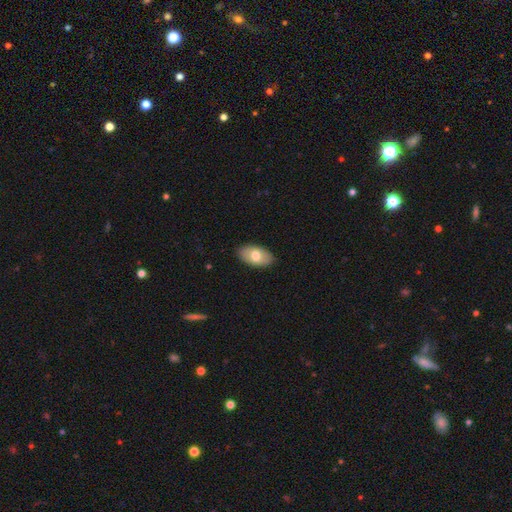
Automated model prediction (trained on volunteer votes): Smooth or featured? Predicted: smooth (p=0.69). How rounded? Predicted: in between (p=0.94). Merging? Predicted: none (p=0.87).